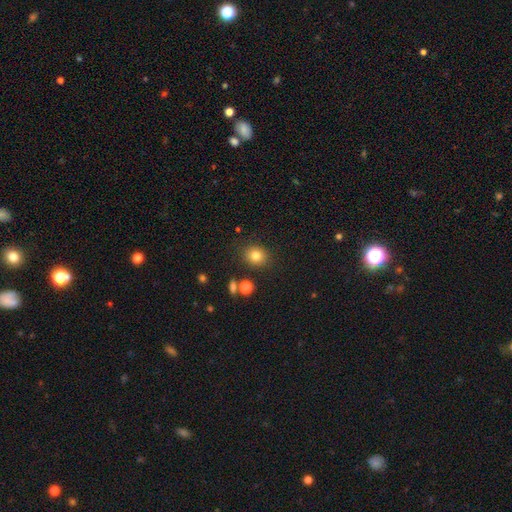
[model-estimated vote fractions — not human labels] smooth 81%, star or artifact 12%, featured or disk 7%. Down the decision tree: how rounded — round (70%); merging — none (84%).